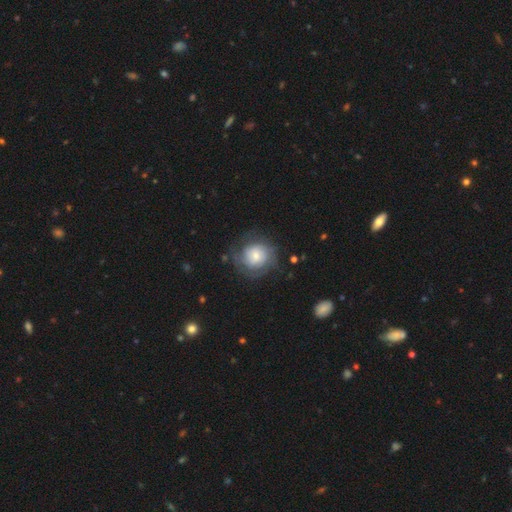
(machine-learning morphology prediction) This appears to be a featured or disk galaxy (53%) with no bar (76%), spiral arms (80%) and a small central bulge (51%). Merging: none (66%).